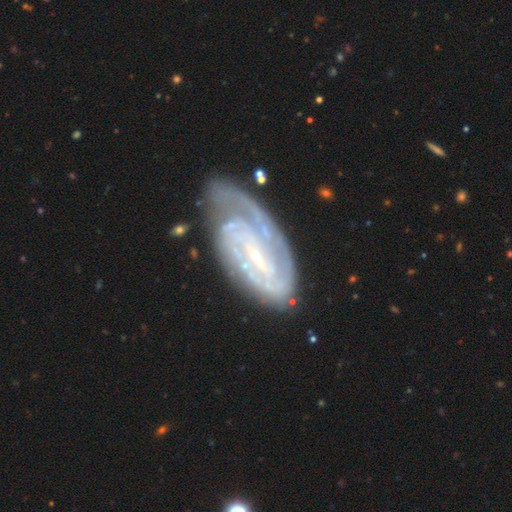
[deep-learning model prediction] The model was most divided on "bar": weak: 41%, strong: 36%, no: 23%. Remaining: spiral arms — yes (96%); edge-on disk — no (95%); smooth or featured — featured or disk (87%); bulge size — small (78%); spiral winding — tight (70%); merging — none (63%); spiral arm count — 2 (39%).